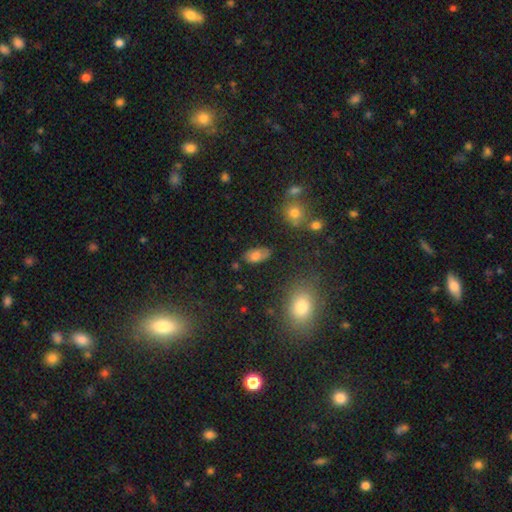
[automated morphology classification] Q: Smooth or featured?
A: smooth (71%); runner-up: featured or disk (19%)
Q: How rounded?
A: in between (91%); runner-up: round (5%)
Q: Merging?
A: none (73%); runner-up: minor disturbance (18%)